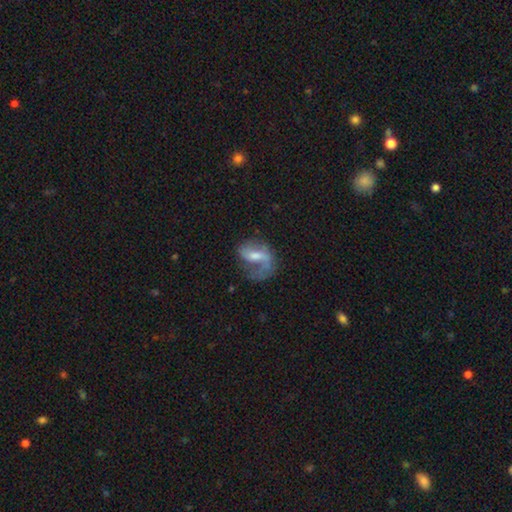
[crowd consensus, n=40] A featured or disk galaxy (75%) with a weak bar (52%), 1 (83%) loose (50%) spiral arms (83%) and a small central bulge (45%).

Vote fractions:
- Smooth or featured? featured or disk: 75% / smooth: 18% / star or artifact: 8%
- Edge-on disk? no: 97% / yes: 3%
- Bar? weak: 52% / strong: 31% / no: 17%
- Spiral arms? yes: 83% / no: 17%
- Spiral winding? loose: 50% / medium: 33% / tight: 17%
- Spiral arm count? 1: 83% / 2: 17% / 3: 0% / 4: 0% / more than 4: 0% / can't tell: 0%
- Bulge size? small: 45% / moderate: 38% / large: 17% / dominant: 0% / none: 0%
- Merging? none: 49% / major disturbance: 27% / minor disturbance: 16% / merger: 8%